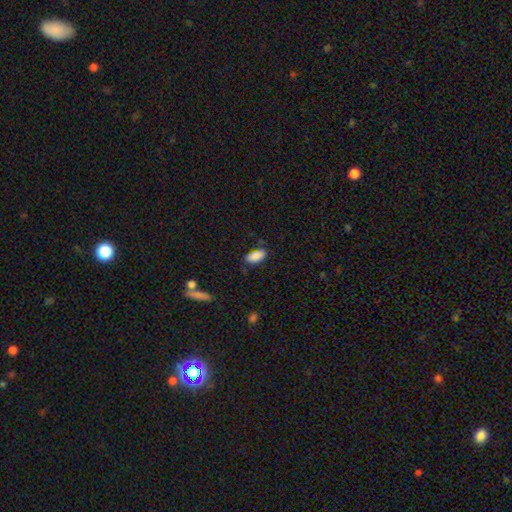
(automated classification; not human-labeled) Smooth or featured: smooth — 88% (star or artifact — 8%)
How rounded: in between — 92% (cigar-shaped — 5%)
Merging: none — 77% (minor disturbance — 16%)